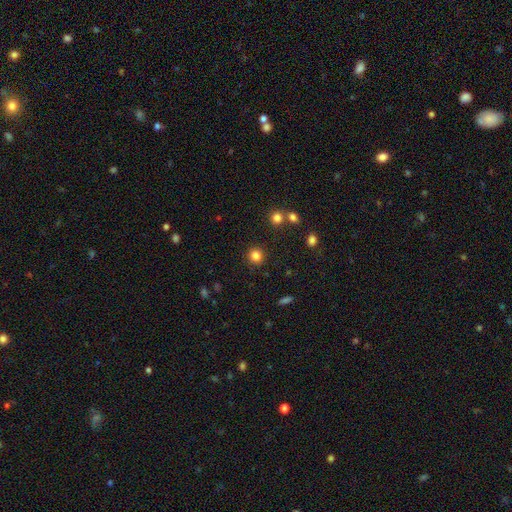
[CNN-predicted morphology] Overall: smooth (84%). How rounded: round (89%). Merging: none (89%).